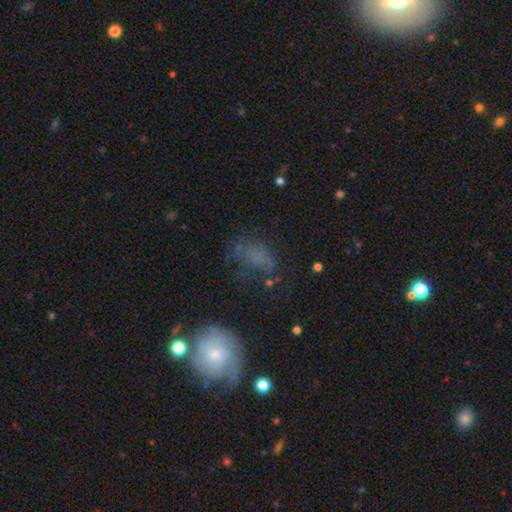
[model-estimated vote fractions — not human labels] smooth-or-featured: smooth: 51% | featured or disk: 30% | star or artifact: 19%
  how-rounded: in between: 70% | round: 26% | cigar-shaped: 4%
  merging: none: 45% | major disturbance: 24% | minor disturbance: 24% | merger: 7%